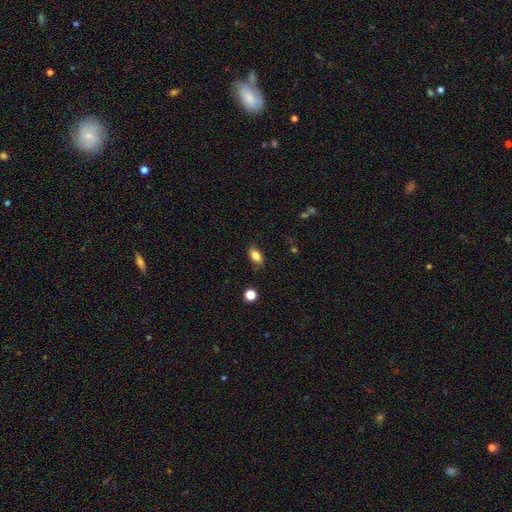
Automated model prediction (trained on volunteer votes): Smooth or featured: smooth — 80% (featured or disk — 11%)
How rounded: in between — 86% (round — 8%)
Merging: none — 78% (minor disturbance — 17%)